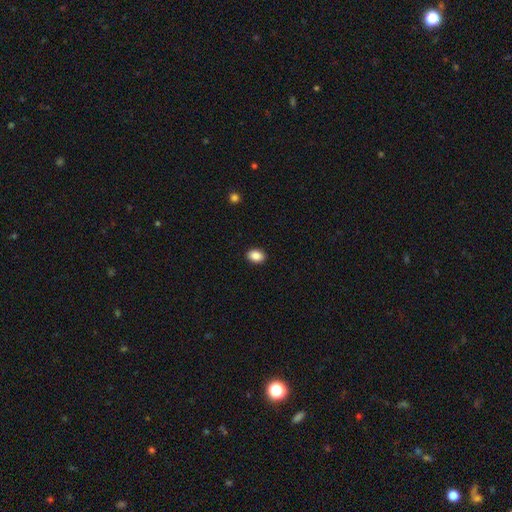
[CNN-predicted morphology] Smooth or featured?
  - smooth: 88% *
  - star or artifact: 8%
  - featured or disk: 3%
How rounded?
  - in between: 73% *
  - round: 26%
  - cigar-shaped: 1%
Merging?
  - none: 91% *
  - minor disturbance: 6%
  - major disturbance: 2%
  - merger: 1%